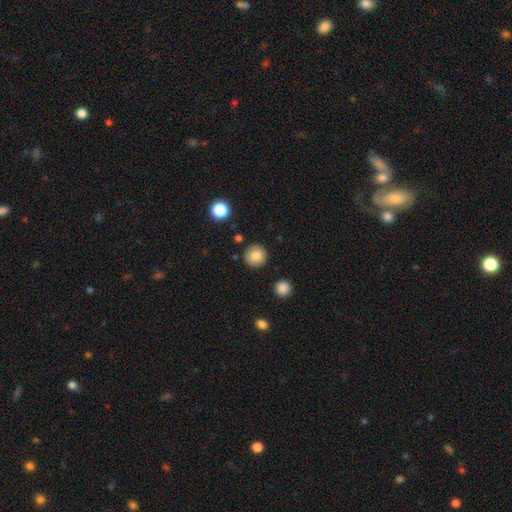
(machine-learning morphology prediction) A smooth galaxy with no disk features (83%) that is round (95%). Merging: none (90%).